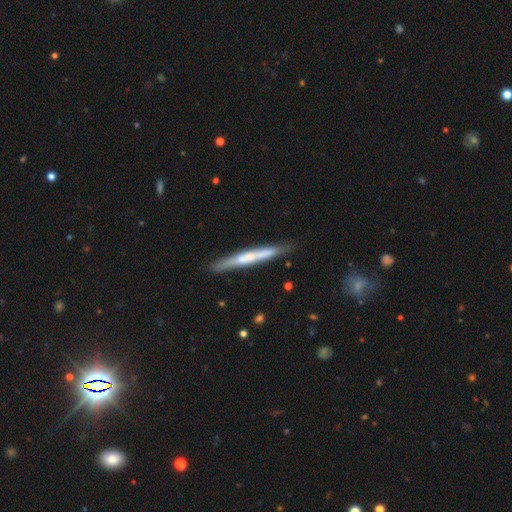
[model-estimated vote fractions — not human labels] Smooth or featured: featured or disk — 56% (smooth — 38%)
Edge-on disk: yes — 94% (no — 6%)
Edge-on bulge: none — 57% (rounded — 32%)
Merging: none — 82% (minor disturbance — 13%)